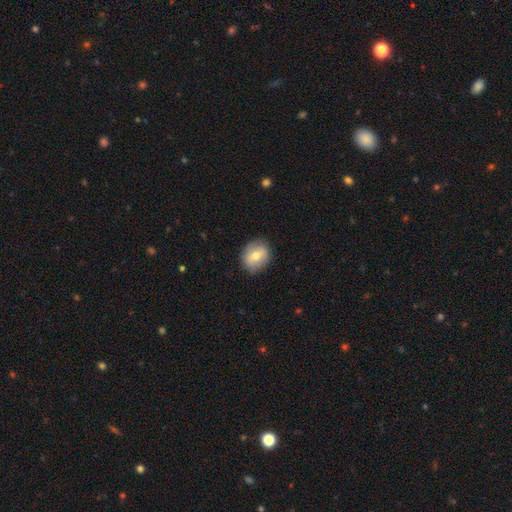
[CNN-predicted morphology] Overall: smooth (63%; featured or disk 29%). How rounded: round (58%; in between 41%). Merging: none (84%).